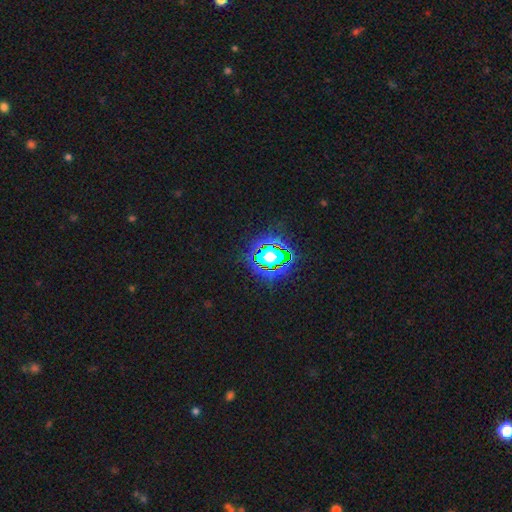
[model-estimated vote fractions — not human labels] smooth-or-featured: star or artifact: 83% | smooth: 11% | featured or disk: 7%